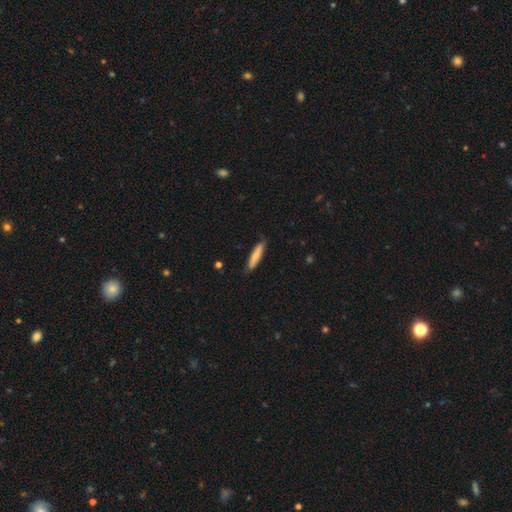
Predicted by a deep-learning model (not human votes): This is likely a smooth galaxy (74%). How rounded: clearly cigar-shaped (86%). Merging: clearly none (82%).